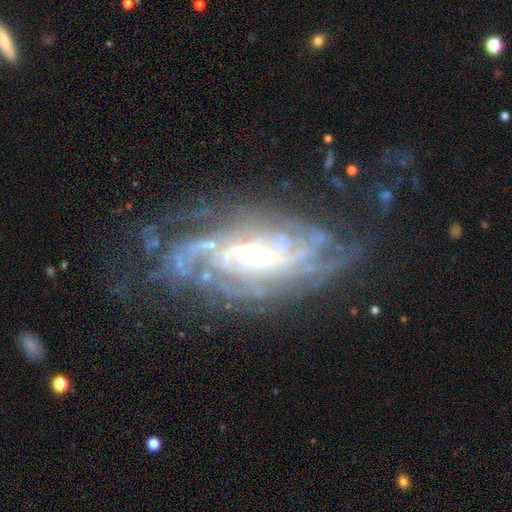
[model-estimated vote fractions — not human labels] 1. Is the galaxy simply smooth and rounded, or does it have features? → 88% featured or disk, 6% star or artifact, 5% smooth.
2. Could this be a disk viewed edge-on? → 92% no, 8% yes.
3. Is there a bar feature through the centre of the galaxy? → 48% no, 35% weak, 17% strong.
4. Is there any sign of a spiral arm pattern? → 96% yes, 4% no.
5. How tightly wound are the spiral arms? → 65% tight, 28% medium, 7% loose.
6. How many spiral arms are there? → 32% can't tell, 19% 4, 15% more than 4, 14% 3, 12% 2, 6% 1.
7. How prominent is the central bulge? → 51% moderate, 34% small, 11% large, 3% none, 1% dominant.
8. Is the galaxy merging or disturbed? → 67% none, 19% minor disturbance, 12% major disturbance, 2% merger.